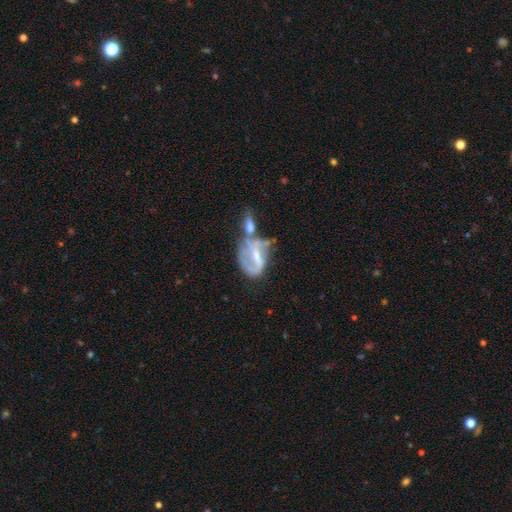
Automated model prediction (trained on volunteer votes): Smooth or featured? Predicted: featured or disk (p=0.71). Edge-on disk? Predicted: no (p=0.96). Bar? Predicted: weak (p=0.45). Spiral arms? Predicted: yes (p=0.70). Bulge size? Predicted: small (p=0.49). Merging? Predicted: merger (p=0.46).